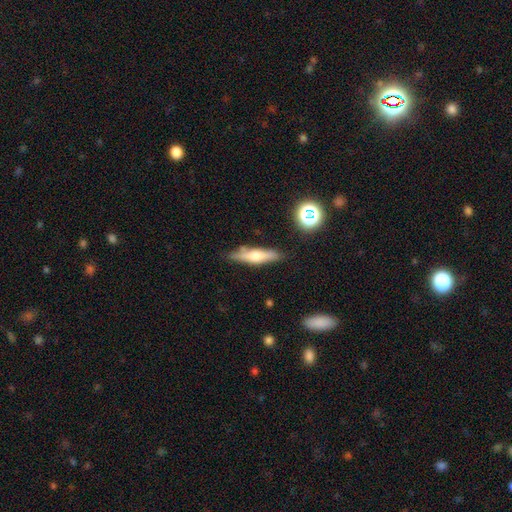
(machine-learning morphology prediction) smooth_or_featured: smooth (p=0.49) [alt: featured or disk p=0.43]
merging: none (p=0.80) [alt: minor disturbance p=0.14]